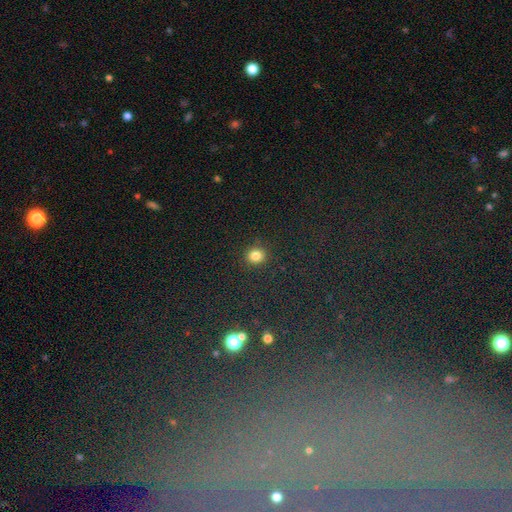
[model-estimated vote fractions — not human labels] Overall: smooth (82%). How rounded: round (85%). Merging: none (89%).